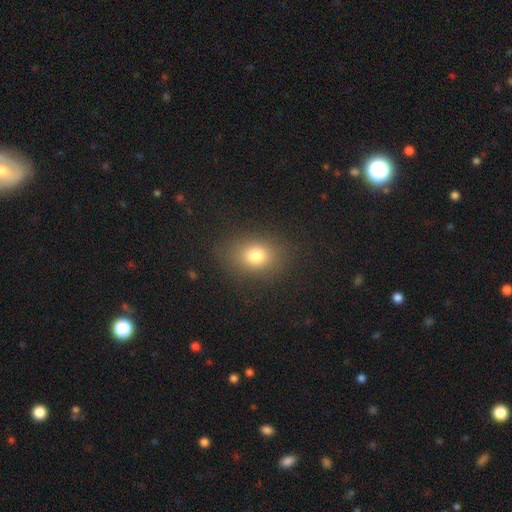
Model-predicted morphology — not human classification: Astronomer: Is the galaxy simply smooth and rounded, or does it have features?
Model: smooth — 78%.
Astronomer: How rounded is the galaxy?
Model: in between — 50% (runner-up: round, 49%).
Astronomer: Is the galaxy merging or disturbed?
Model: none — 85%.